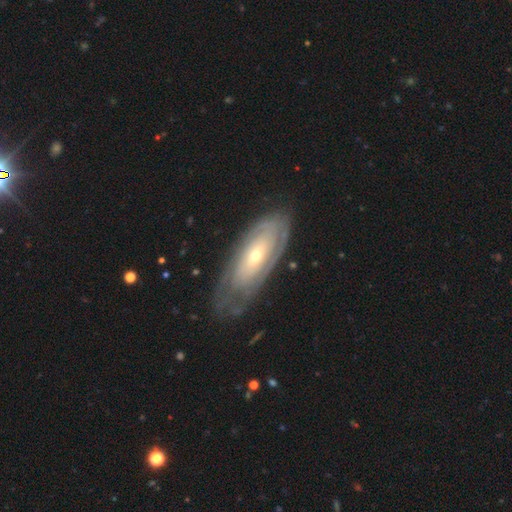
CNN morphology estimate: Smooth or featured: featured or disk — 72% (smooth — 21%)
Edge-on disk: no — 87% (yes — 13%)
Bar: no — 78% (weak — 16%)
Spiral arms: yes — 72% (no — 28%)
Bulge size: small — 64% (moderate — 33%)
Merging: none — 68% (minor disturbance — 21%)